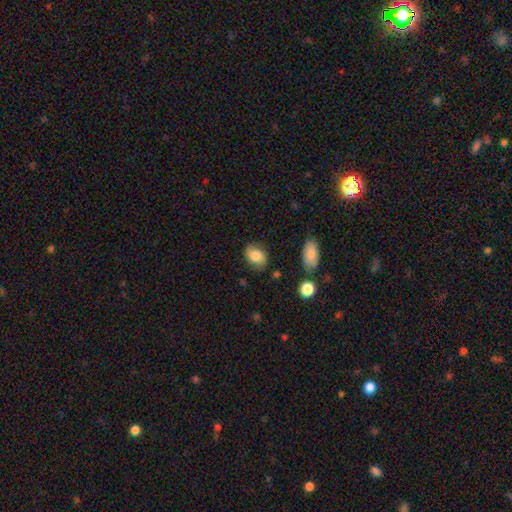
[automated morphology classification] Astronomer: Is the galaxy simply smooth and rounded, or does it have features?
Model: smooth — 78%.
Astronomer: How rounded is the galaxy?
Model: in between — 81%.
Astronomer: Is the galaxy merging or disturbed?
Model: none — 76%.